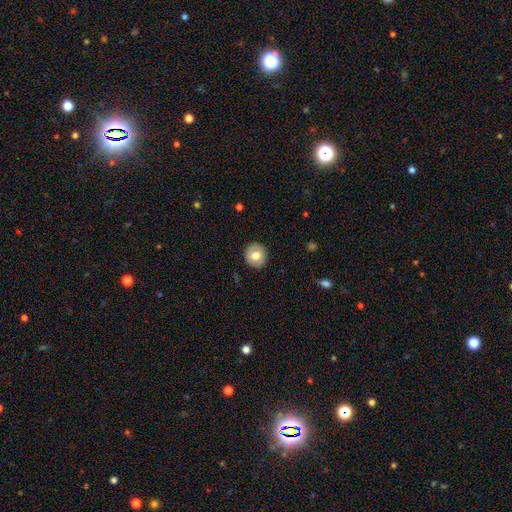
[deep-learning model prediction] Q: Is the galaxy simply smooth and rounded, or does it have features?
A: smooth — 73%.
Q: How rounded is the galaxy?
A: round — 91%.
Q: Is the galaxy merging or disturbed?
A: none — 91%.